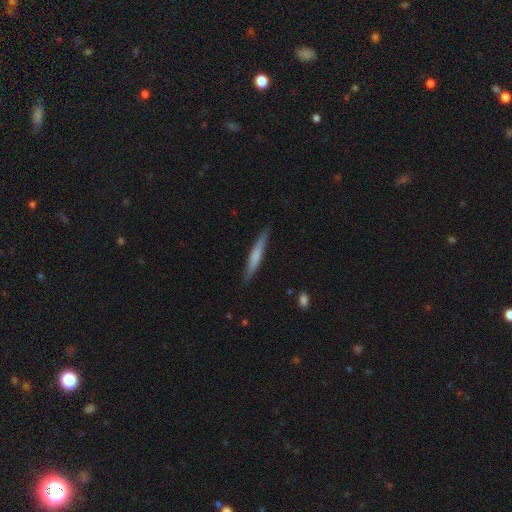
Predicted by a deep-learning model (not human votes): Overall: smooth (60%; featured or disk 34%). How rounded: cigar-shaped (95%). Merging: none (88%).